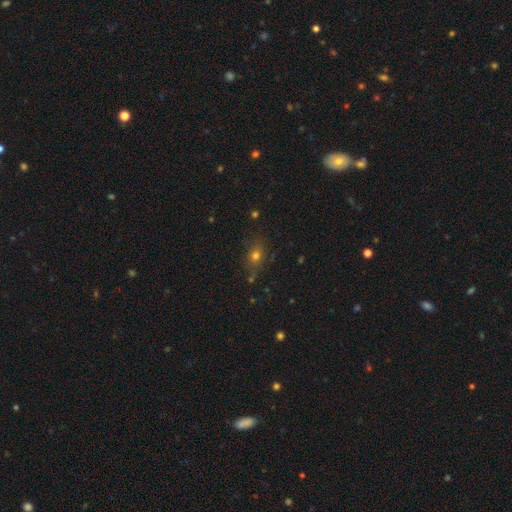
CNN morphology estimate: Smooth or featured? Predicted: smooth (p=0.67). How rounded? Predicted: in between (p=0.50). Merging? Predicted: none (p=0.75).